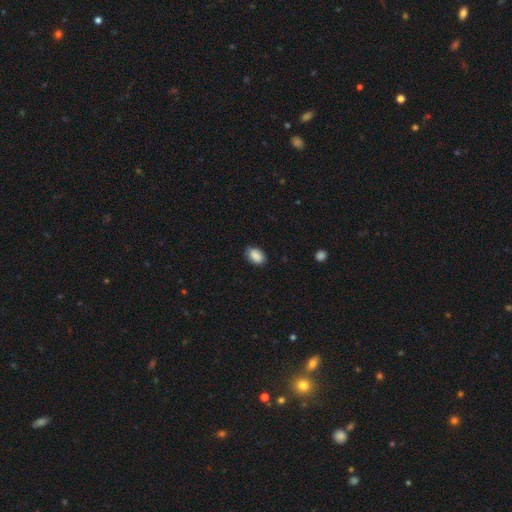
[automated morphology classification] A smooth galaxy with no disk features (88%) that is in between round and cigar-shaped (89%).

Vote fractions:
- Smooth or featured? smooth: 88% / star or artifact: 7% / featured or disk: 4%
- How rounded? in between: 89% / round: 10% / cigar-shaped: 1%
- Merging? none: 81% / minor disturbance: 15% / major disturbance: 3% / merger: 1%